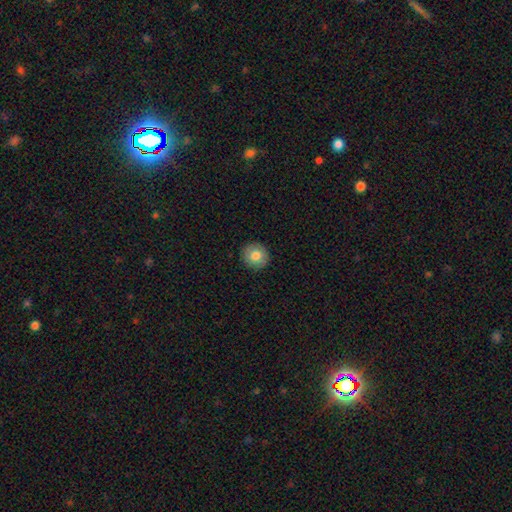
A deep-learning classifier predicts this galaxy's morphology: Smooth or featured? smooth (80%)
How rounded? round (91%)
Merging? none (91%)